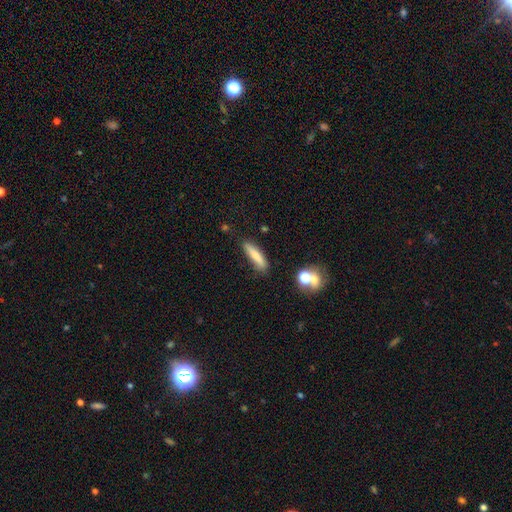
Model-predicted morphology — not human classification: The model was most divided on "smooth or featured": smooth: 73%, featured or disk: 19%, star or artifact: 8%. More confident: merging — none (79%); how rounded — cigar-shaped (78%).